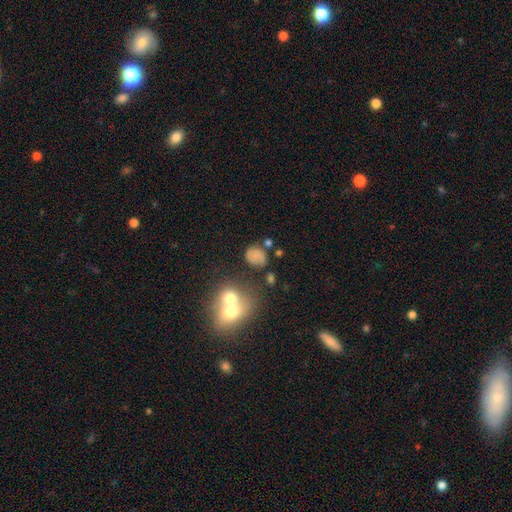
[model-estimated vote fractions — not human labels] smooth-or-featured: smooth: 68% | featured or disk: 19% | star or artifact: 13%
  how-rounded: round: 54% | in between: 45% | cigar-shaped: 1%
  merging: none: 56% | minor disturbance: 21% | merger: 12% | major disturbance: 10%